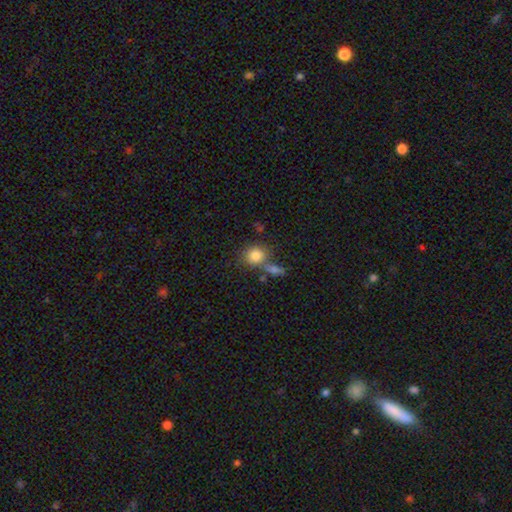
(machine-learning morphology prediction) This is clearly a smooth galaxy (82%). How rounded: likely round (73%). Merging: possibly none (57%).